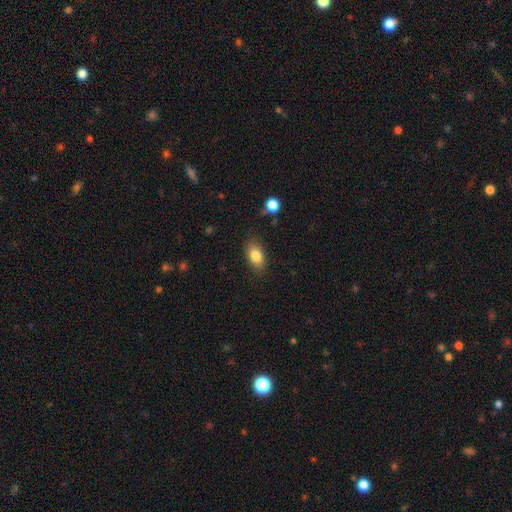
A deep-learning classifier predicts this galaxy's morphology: smooth 83%, featured or disk 9%, star or artifact 8%. Down the decision tree: how rounded — in between (87%); merging — none (82%).